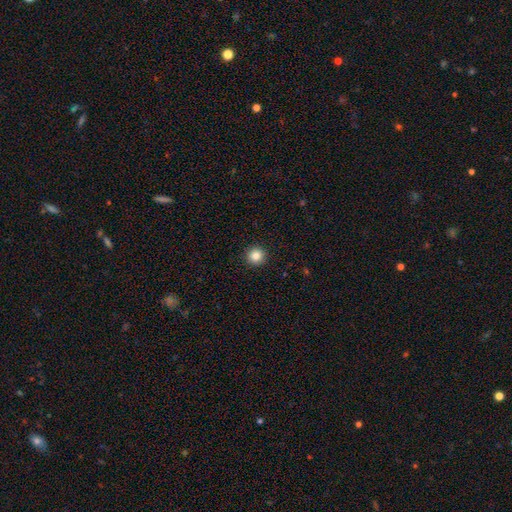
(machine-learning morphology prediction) A smooth galaxy with no disk features (85%) that is round (95%). Merging: none (93%).